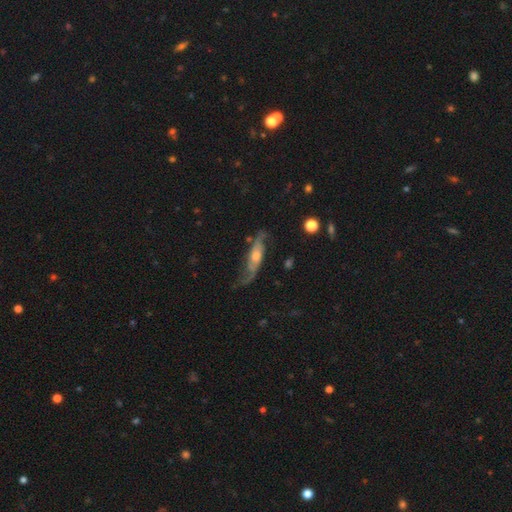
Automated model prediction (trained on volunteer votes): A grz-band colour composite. It shows a featured or disk galaxy (79%) with no bar (59%), 2 (86%) loose (53%) spiral arms (93%) and a moderate central bulge (54%). Merging: none (66%).